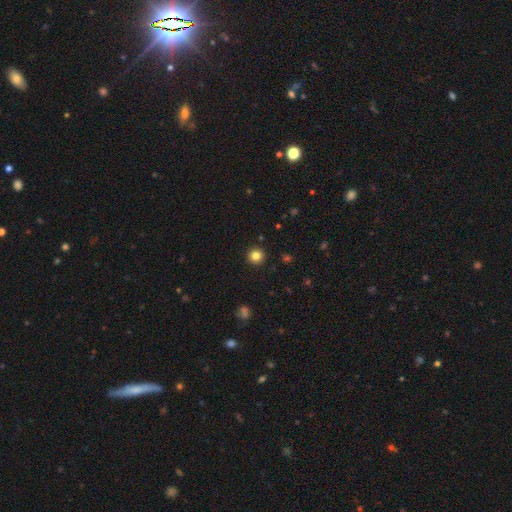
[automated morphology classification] Overall: smooth (83%). How rounded: round (95%). Merging: none (93%).